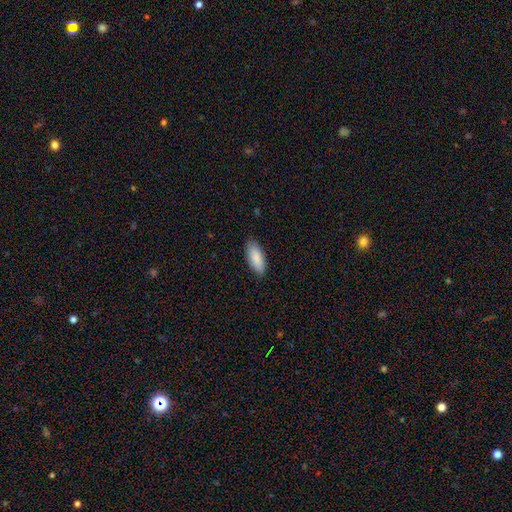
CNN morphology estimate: smooth 88%, featured or disk 6%, star or artifact 5%. Down the decision tree: how rounded — in between (79%); merging — none (87%).